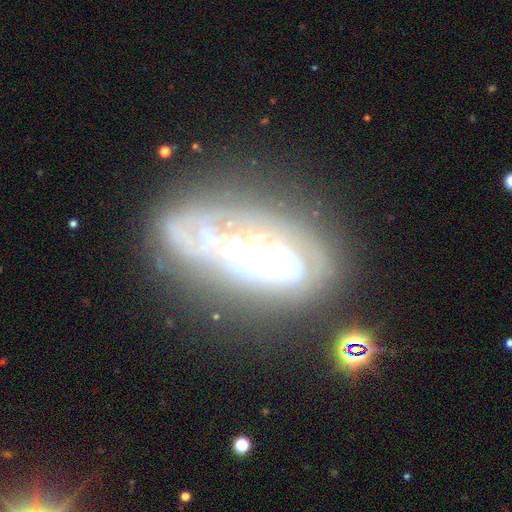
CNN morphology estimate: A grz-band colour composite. It shows a featured or disk galaxy (76%) with no bar (69%), spiral arms (70%) and a small central bulge (47%). Merging: none (59%).